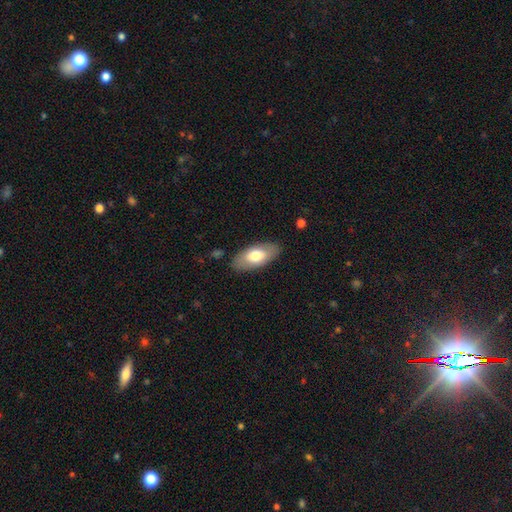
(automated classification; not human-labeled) smooth 70%, featured or disk 24%, star or artifact 6%. Down the decision tree: how rounded — in between (90%); merging — none (85%).